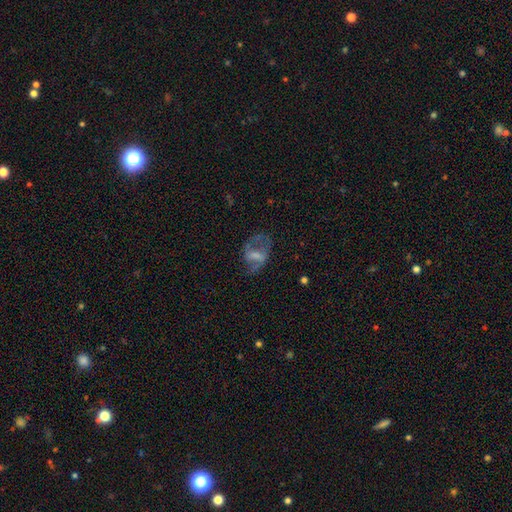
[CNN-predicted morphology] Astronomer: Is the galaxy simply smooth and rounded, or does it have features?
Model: featured or disk — 61%.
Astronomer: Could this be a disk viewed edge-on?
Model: no — 96%.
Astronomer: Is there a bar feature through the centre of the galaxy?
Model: weak — 42% (runner-up: strong, 33%).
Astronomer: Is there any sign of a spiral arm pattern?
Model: yes — 56% (runner-up: no, 44%).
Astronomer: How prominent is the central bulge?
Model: none — 37% (runner-up: small, 27%).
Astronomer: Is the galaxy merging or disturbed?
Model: none — 46% (runner-up: major disturbance, 30%).